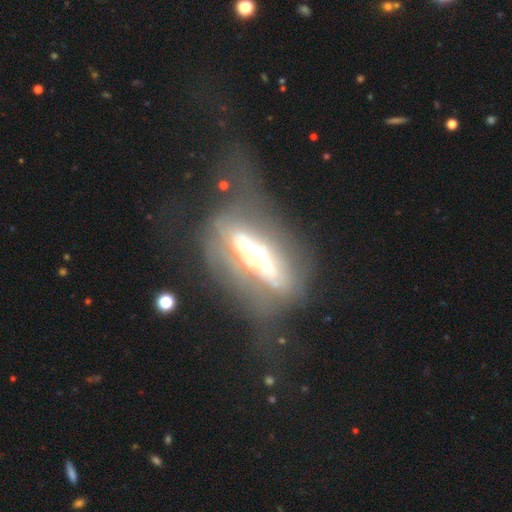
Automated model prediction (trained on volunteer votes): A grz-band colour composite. It shows a featured or disk galaxy (68%). Merging: major disturbance (51%).